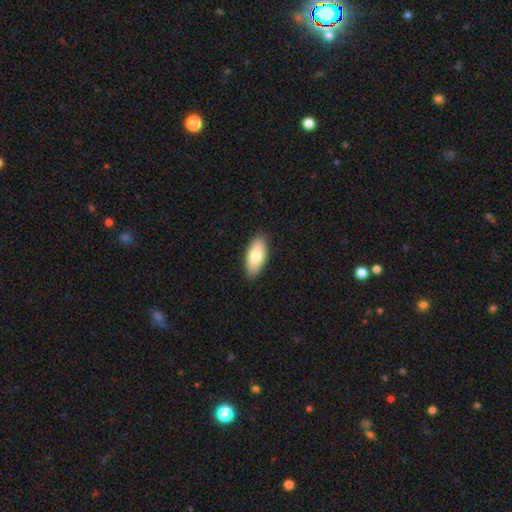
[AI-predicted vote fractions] Morphology: type=smooth (81%); roundness=in between (90%); merging=none (88%).